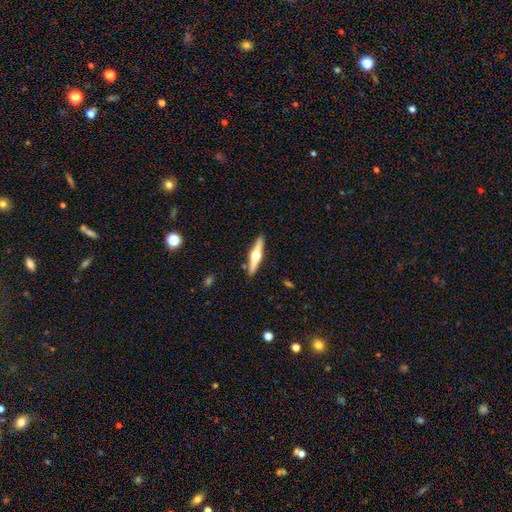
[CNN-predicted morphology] A featured or disk galaxy (71%) viewed edge-on (97%) with a rounded central bulge (96%).

Vote fractions:
- Smooth or featured? featured or disk: 71% / smooth: 25% / star or artifact: 5%
- Edge-on disk? yes: 97% / no: 3%
- Edge-on bulge? rounded: 96% / boxy: 2% / none: 2%
- Merging? none: 91% / minor disturbance: 6% / merger: 1% / major disturbance: 1%